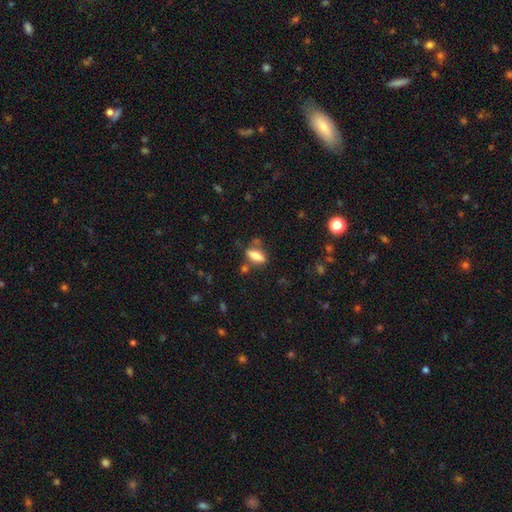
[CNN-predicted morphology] type=smooth (75%); roundness=in between (69%); merging=none (68%).